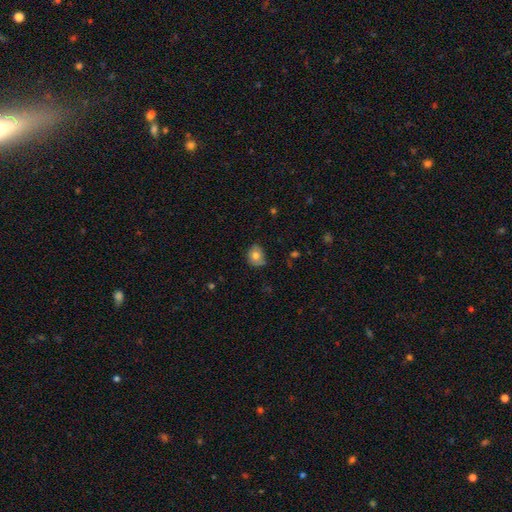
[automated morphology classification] A smooth galaxy with no disk features (75%) that is round (62%). Merging: none (64%).